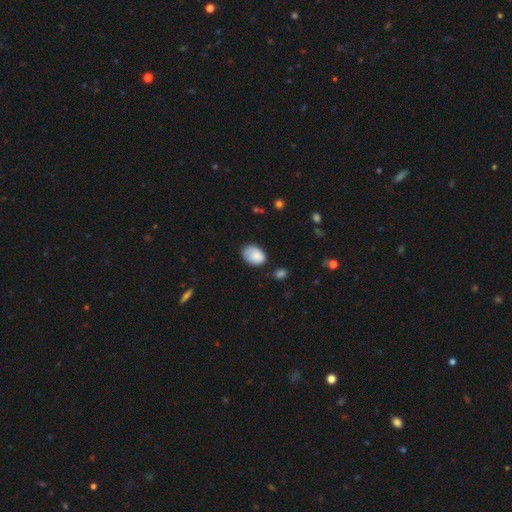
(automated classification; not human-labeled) Morphology: type=smooth (85%); roundness=in between (80%); merging=none (61%).